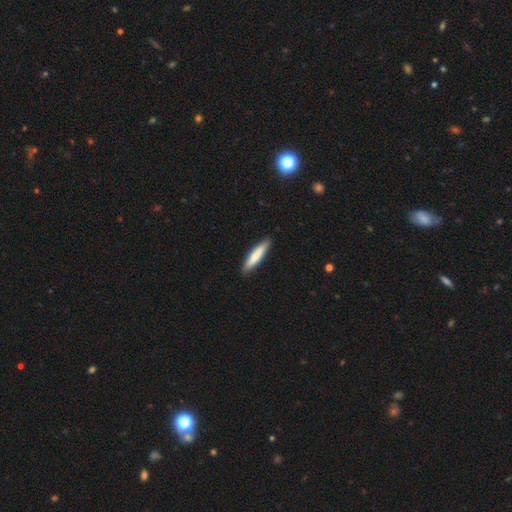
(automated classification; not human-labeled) Smooth or featured?
  - smooth: 75% *
  - featured or disk: 20%
  - star or artifact: 5%
How rounded?
  - cigar-shaped: 87% *
  - in between: 12%
  - round: 1%
Merging?
  - none: 90% *
  - minor disturbance: 8%
  - major disturbance: 1%
  - merger: 1%